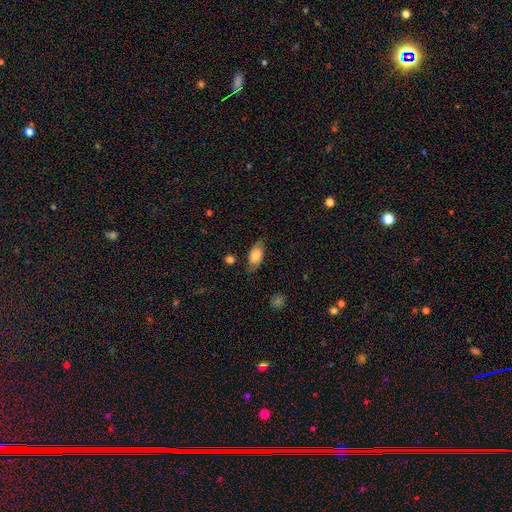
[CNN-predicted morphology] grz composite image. It shows a smooth galaxy with no disk features (72%) that is in between round and cigar-shaped (90%). Merging: none (72%).